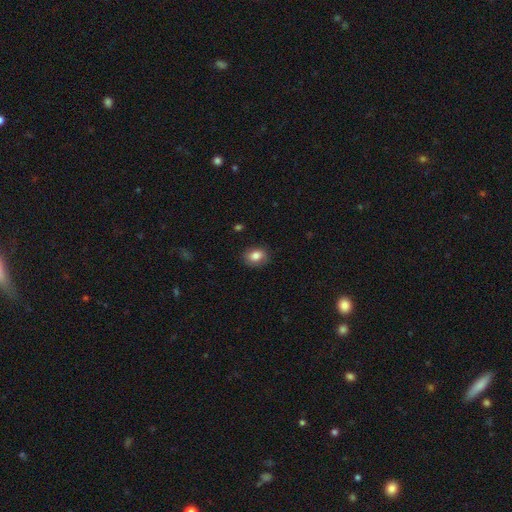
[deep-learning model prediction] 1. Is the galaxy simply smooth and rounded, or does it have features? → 83% smooth, 9% featured or disk, 8% star or artifact.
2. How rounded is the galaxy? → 63% in between, 36% round, 1% cigar-shaped.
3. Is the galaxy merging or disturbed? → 83% none, 13% minor disturbance, 3% major disturbance, 1% merger.